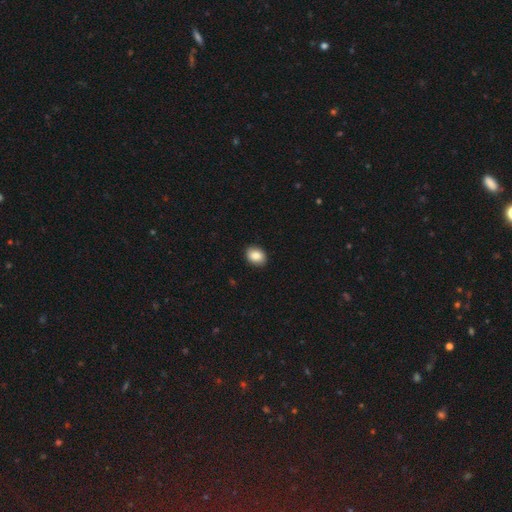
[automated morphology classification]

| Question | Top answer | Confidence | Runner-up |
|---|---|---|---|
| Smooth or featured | smooth | 87% | star or artifact (8%) |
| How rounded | in between | 66% | round (33%) |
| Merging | none | 90% | minor disturbance (7%) |